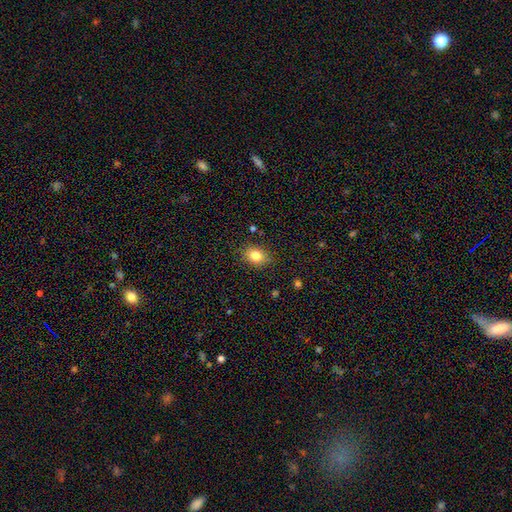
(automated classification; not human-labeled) Q: Smooth or featured?
A: smooth (81%); runner-up: star or artifact (11%)
Q: How rounded?
A: in between (52%); runner-up: round (47%)
Q: Merging?
A: none (85%); runner-up: minor disturbance (11%)